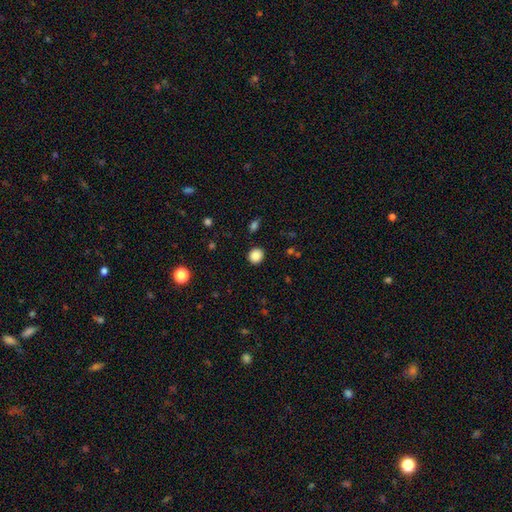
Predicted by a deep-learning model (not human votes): A smooth galaxy with no disk features (86%) that is round (85%).

Vote fractions:
- Smooth or featured? smooth: 86% / star or artifact: 10% / featured or disk: 4%
- How rounded? round: 85% / in between: 14% / cigar-shaped: 1%
- Merging? none: 91% / minor disturbance: 6% / major disturbance: 2% / merger: 1%